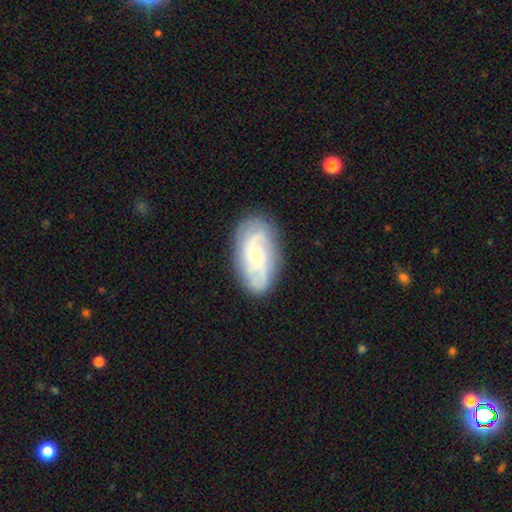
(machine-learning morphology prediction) Smooth or featured?
  - featured or disk: 68% *
  - smooth: 25%
  - star or artifact: 7%
Edge-on disk?
  - no: 96% *
  - yes: 4%
Bar?
  - no: 72% *
  - weak: 24%
  - strong: 4%
Spiral arms?
  - yes: 91% *
  - no: 9%
Spiral winding?
  - tight: 44% *
  - medium: 40%
  - loose: 16%
Spiral arm count?
  - 2: 31% * (tied)
  - can't tell: 31% * (tied)
  - 3: 23%
  - 4: 7%
  - 1: 4%
  - more than 4: 4%
Bulge size?
  - small: 70% *
  - moderate: 25%
  - none: 3%
  - large: 2%
  - dominant: 1%
Merging?
  - none: 79% *
  - minor disturbance: 15%
  - major disturbance: 5%
  - merger: 1%